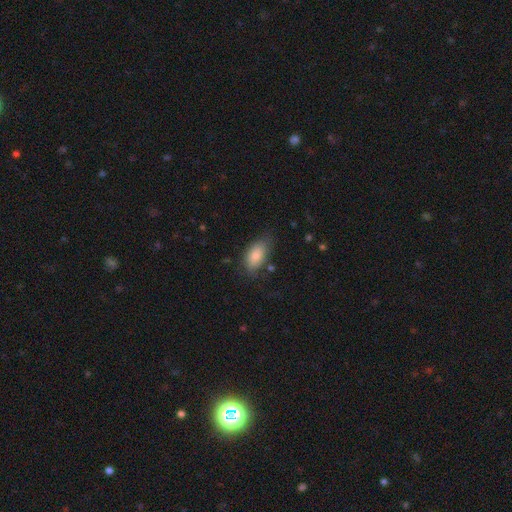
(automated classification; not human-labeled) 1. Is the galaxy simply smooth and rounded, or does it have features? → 82% smooth, 11% featured or disk, 7% star or artifact.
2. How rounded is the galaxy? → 92% in between, 5% round, 4% cigar-shaped.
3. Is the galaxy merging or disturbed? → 70% none, 22% minor disturbance, 6% major disturbance, 3% merger.